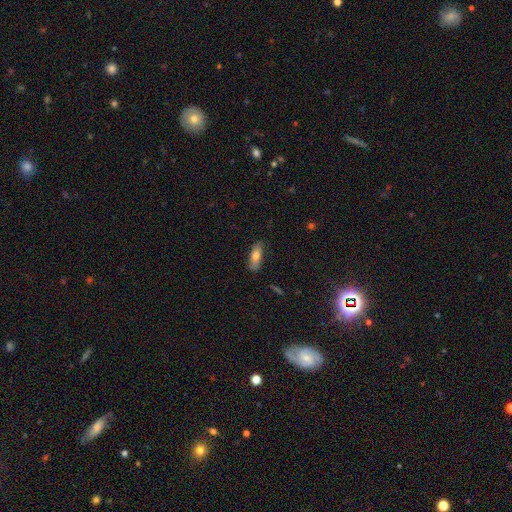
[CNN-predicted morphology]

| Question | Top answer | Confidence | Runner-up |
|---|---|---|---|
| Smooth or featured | smooth | 75% | featured or disk (18%) |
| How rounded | in between | 68% | cigar-shaped (30%) |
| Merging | none | 77% | minor disturbance (18%) |